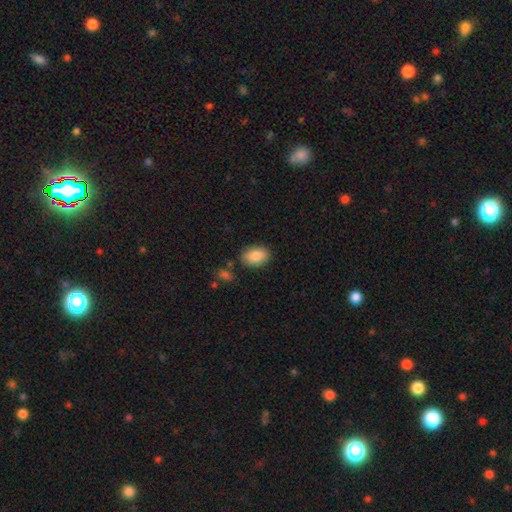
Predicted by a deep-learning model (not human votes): Morphology: type=smooth (86%); roundness=in between (86%); merging=none (83%).